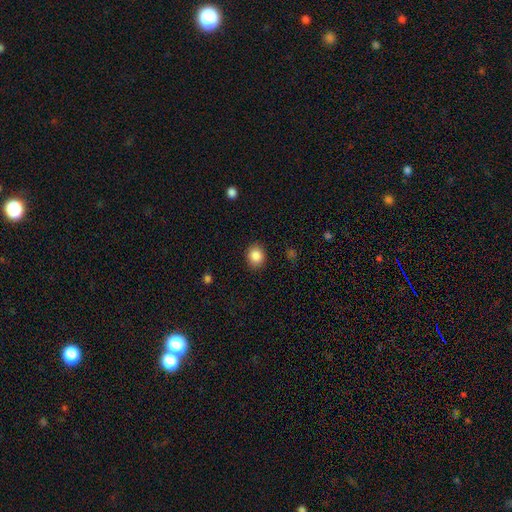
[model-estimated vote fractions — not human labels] A smooth galaxy with no disk features (87%) that is round (70%). Merging: none (88%).